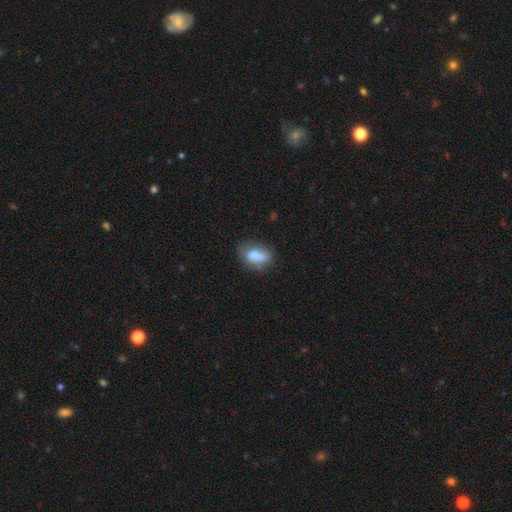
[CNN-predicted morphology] A smooth galaxy with no disk features (79%) that is in between round and cigar-shaped (82%). Merging: none (50%).